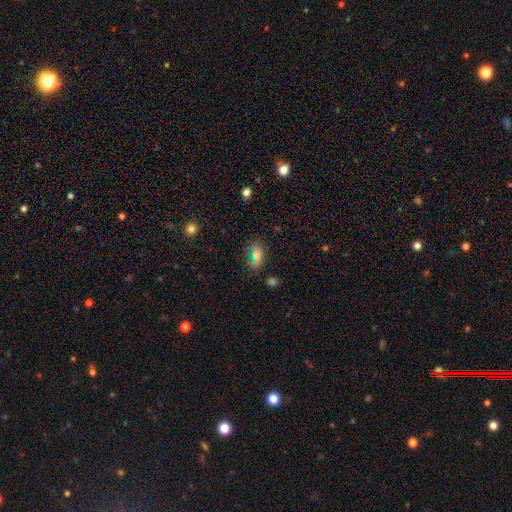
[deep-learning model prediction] Overall: smooth (72%). How rounded: in between (83%). Merging: none (65%).